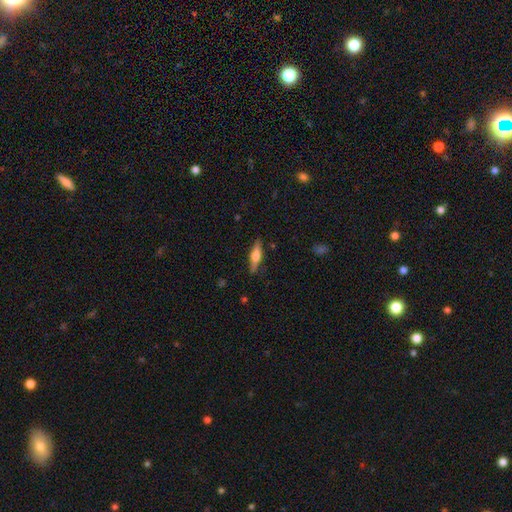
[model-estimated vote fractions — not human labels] featured or disk 52%, smooth 42%, star or artifact 6%. Down the decision tree: edge-on disk — yes (94%); merging — none (86%).